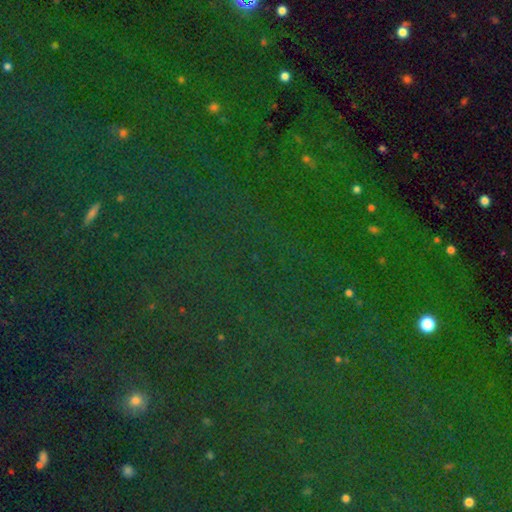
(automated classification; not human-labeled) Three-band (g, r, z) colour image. It shows a star or artifact, not a galaxy (81%).